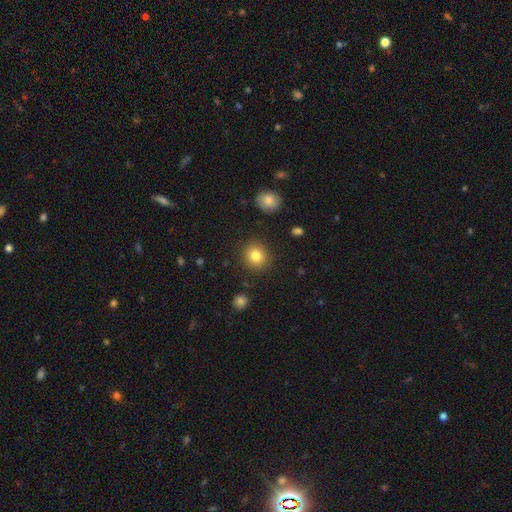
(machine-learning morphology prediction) type=smooth (82%); roundness=round (88%); merging=none (89%).